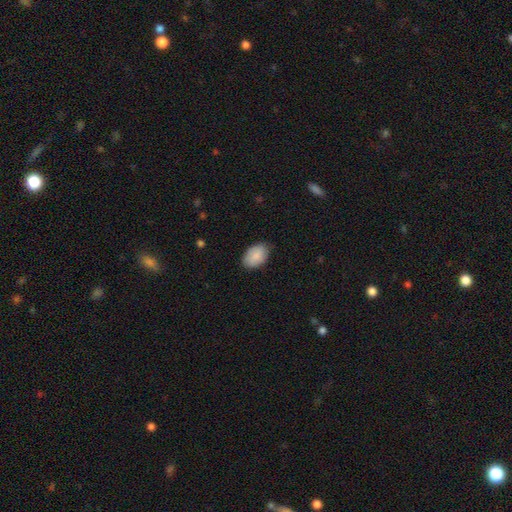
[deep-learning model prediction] Morphology: type=smooth (87%); roundness=in between (89%); merging=none (80%).